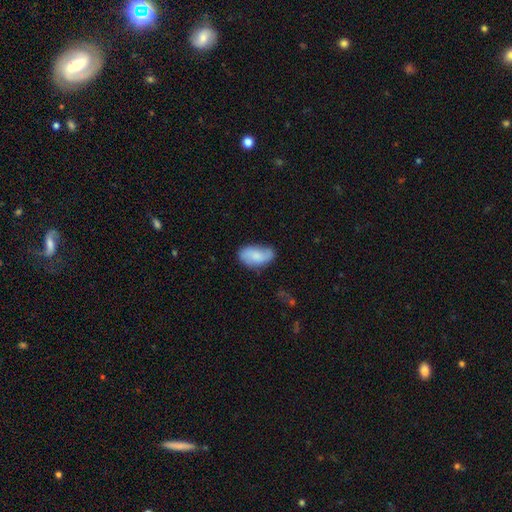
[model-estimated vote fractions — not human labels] Morphology: type=smooth (58%); roundness=in between (93%); merging=none (62%).